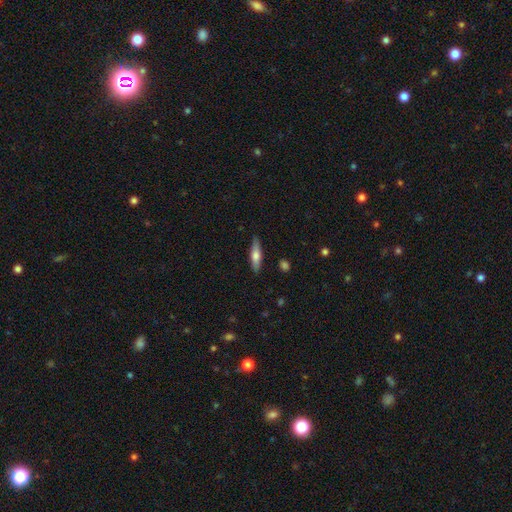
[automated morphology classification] type=smooth (58%); roundness=cigar-shaped (71%); merging=none (87%).